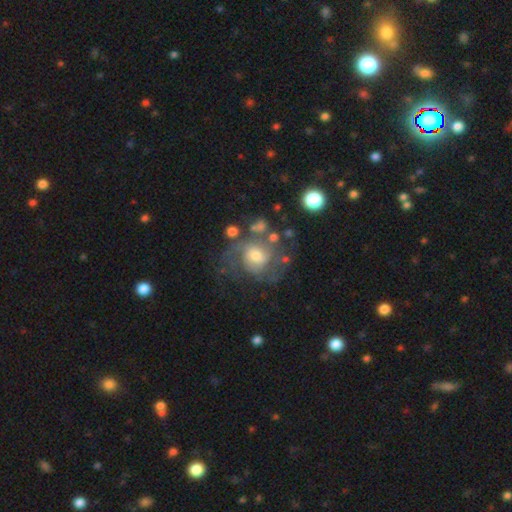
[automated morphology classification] This appears to be a featured or disk galaxy (67%) with no bar (58%), 2 (38%) medium (46%) spiral arms (81%) and a moderate central bulge (54%). Merging: none (48%).